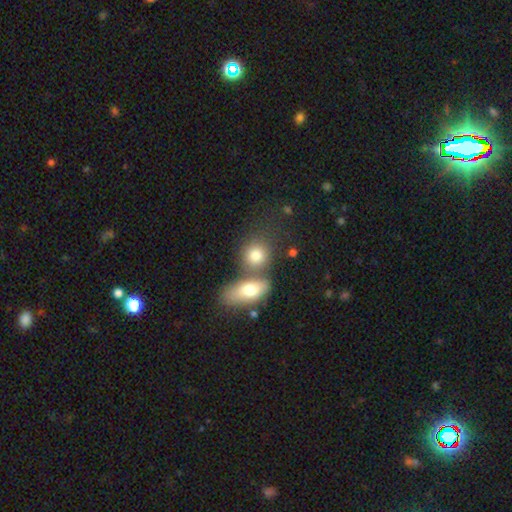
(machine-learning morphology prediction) smooth 79%, featured or disk 12%, star or artifact 9%. Down the decision tree: how rounded — round (63%); merging — none (48%).